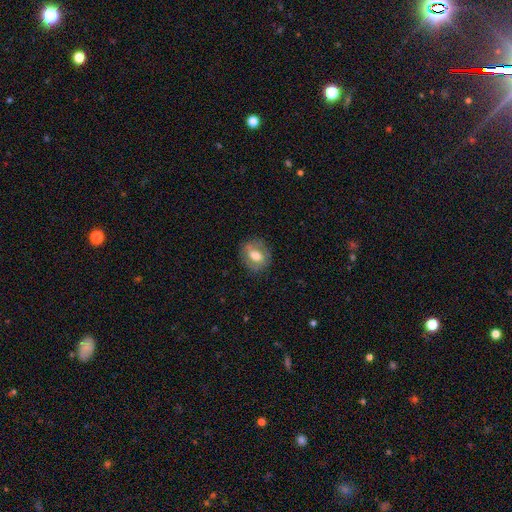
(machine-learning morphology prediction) Q: Smooth or featured?
A: smooth (52%); runner-up: featured or disk (40%)
Q: How rounded?
A: round (53%); runner-up: in between (45%)
Q: Merging?
A: none (79%); runner-up: minor disturbance (15%)